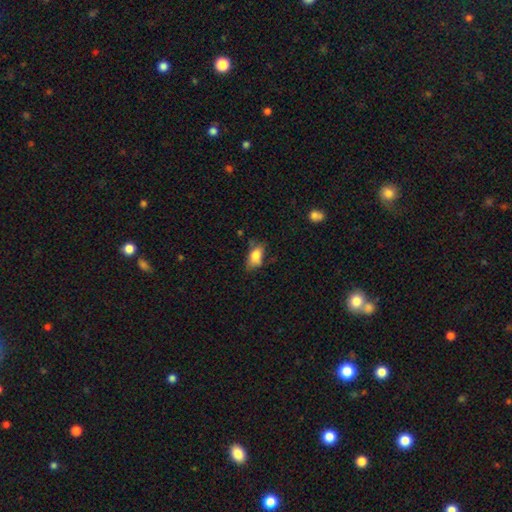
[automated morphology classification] This is clearly a smooth galaxy (81%). How rounded: clearly in between (88%). Merging: possibly none (57%).